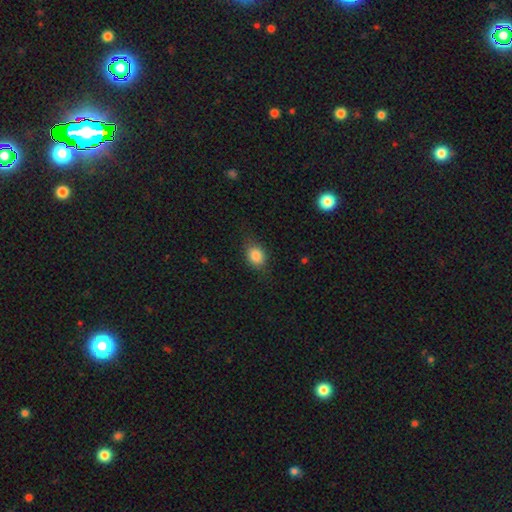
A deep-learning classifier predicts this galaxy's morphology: Overall: smooth (83%). How rounded: in between (52%; round 47%). Merging: none (75%).